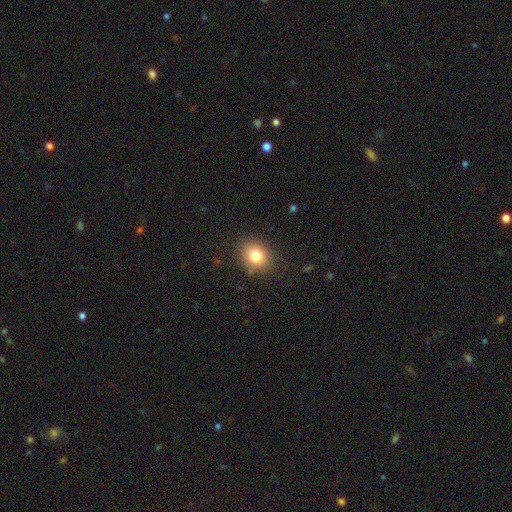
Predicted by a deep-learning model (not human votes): This is likely a smooth galaxy (80%). How rounded: possibly round (58%). Merging: clearly none (86%).